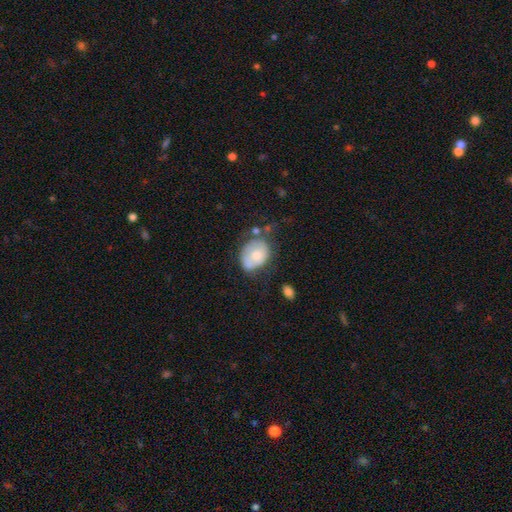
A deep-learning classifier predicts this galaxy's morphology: Smooth or featured? smooth (62%)
How rounded? in between (62%)
Merging? none (43%)